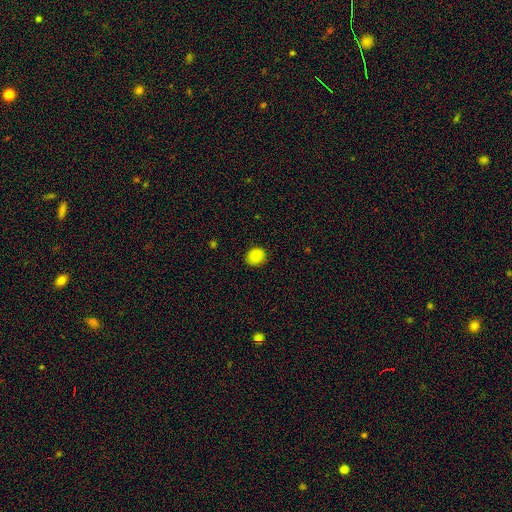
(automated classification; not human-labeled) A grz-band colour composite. It shows a smooth galaxy with no disk features (87%) that is round (74%). Merging: none (88%).